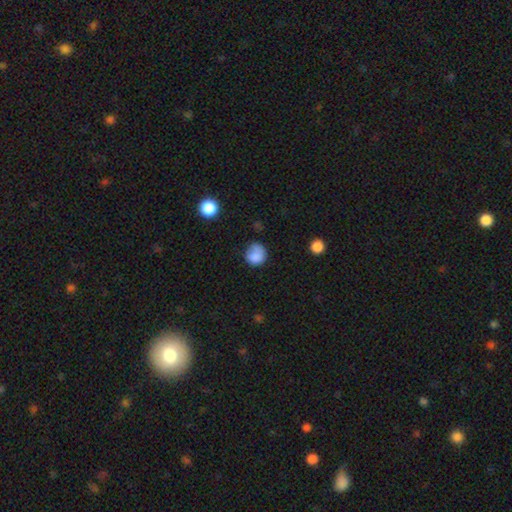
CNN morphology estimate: Q: Smooth or featured?
A: smooth (82%); runner-up: star or artifact (9%)
Q: How rounded?
A: round (82%); runner-up: in between (17%)
Q: Merging?
A: none (55%); runner-up: minor disturbance (28%)